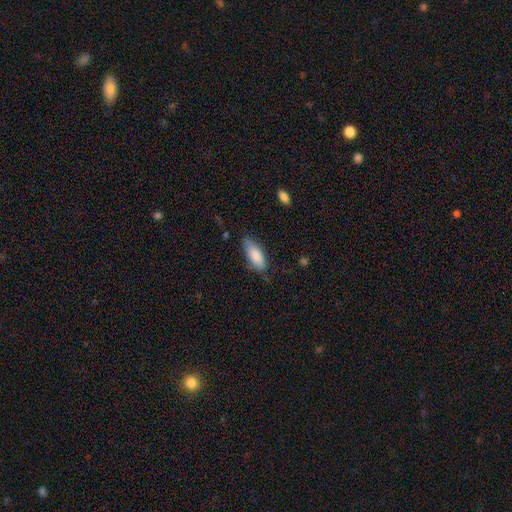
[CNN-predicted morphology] This is clearly a smooth galaxy (84%). How rounded: likely in between (77%). Merging: likely none (72%).